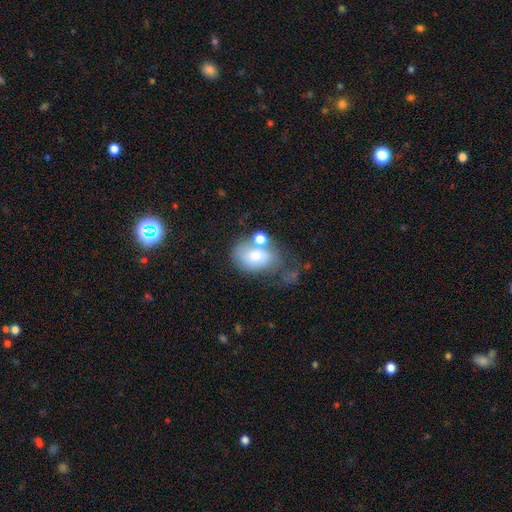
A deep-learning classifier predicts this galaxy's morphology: This is likely a smooth galaxy (66%). How rounded: likely in between (73%). Merging: marginally none (33%).